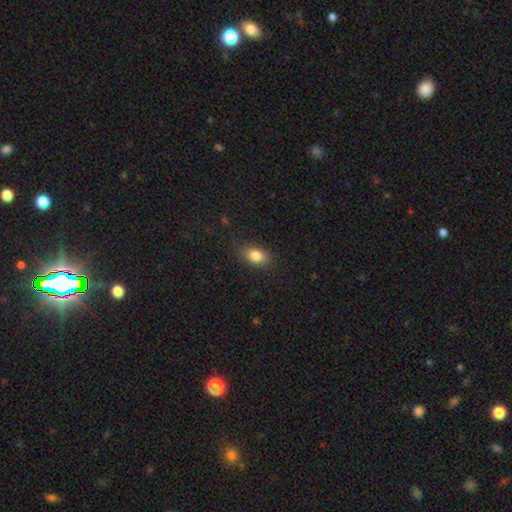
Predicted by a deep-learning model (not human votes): smooth 84%, star or artifact 9%, featured or disk 8%. Down the decision tree: how rounded — in between (86%); merging — none (85%).